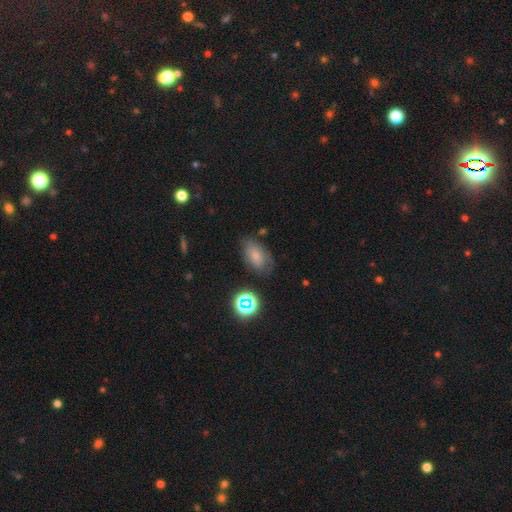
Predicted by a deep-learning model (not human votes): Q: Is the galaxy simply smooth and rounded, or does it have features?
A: smooth — 67%.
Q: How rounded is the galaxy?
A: in between — 88%.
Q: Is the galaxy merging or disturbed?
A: none — 63%.